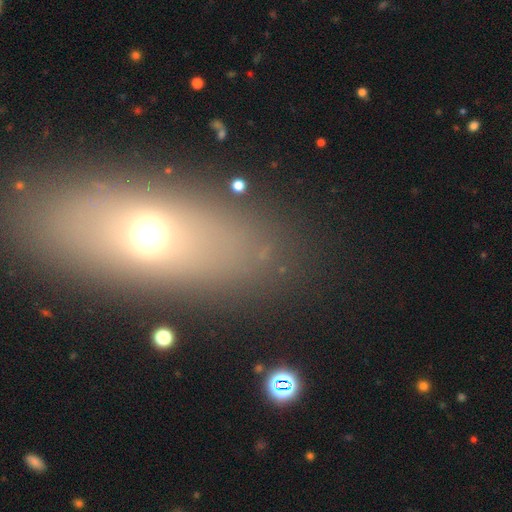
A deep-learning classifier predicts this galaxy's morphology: smooth-or-featured: smooth: 53% | featured or disk: 24% | star or artifact: 23%
  how-rounded: in between: 66% | round: 19% | cigar-shaped: 15%
  merging: none: 83% | minor disturbance: 9% | major disturbance: 5% | merger: 3%